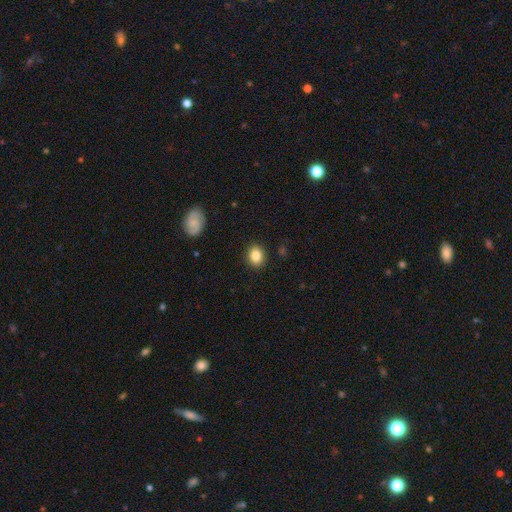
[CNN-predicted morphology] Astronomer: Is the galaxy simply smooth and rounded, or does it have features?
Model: smooth — 85%.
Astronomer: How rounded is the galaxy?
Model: round — 53% (runner-up: in between, 46%).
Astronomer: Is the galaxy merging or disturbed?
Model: none — 89%.